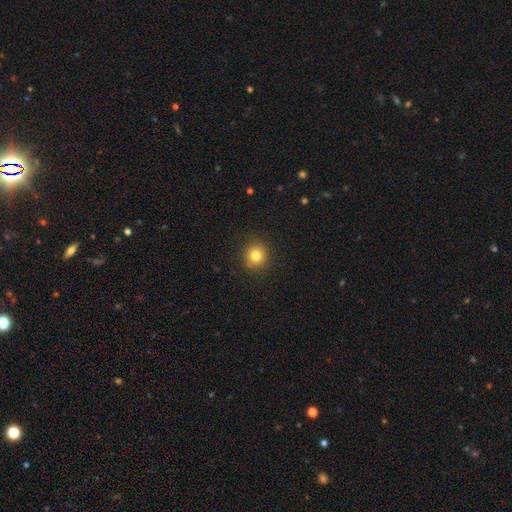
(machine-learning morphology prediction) This appears to be a smooth galaxy with no disk features (81%) that is round (92%). Merging: none (91%).